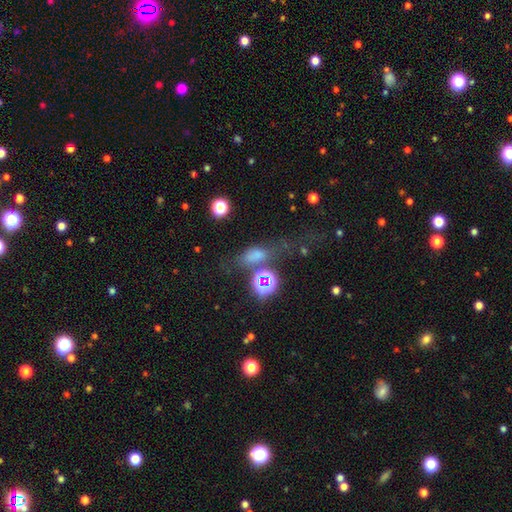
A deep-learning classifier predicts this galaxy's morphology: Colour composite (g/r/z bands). It shows a smooth galaxy with no disk features (61%) that is in between round and cigar-shaped (73%). Merging: none (44%).